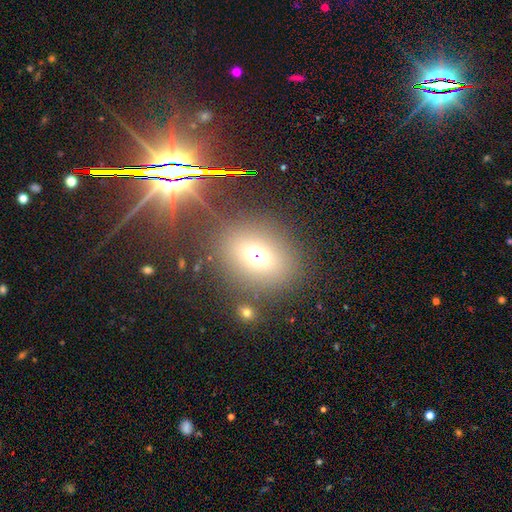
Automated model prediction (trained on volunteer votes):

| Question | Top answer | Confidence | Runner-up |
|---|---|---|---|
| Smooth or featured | smooth | 59% | star or artifact (29%) |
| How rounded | round | 58% | in between (40%) |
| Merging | none | 76% | minor disturbance (10%) |